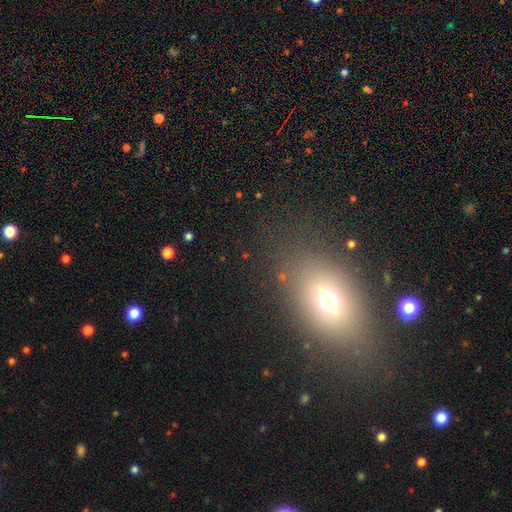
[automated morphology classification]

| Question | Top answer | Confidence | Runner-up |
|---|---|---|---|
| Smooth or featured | smooth | 61% | star or artifact (24%) |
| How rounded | in between | 74% | round (21%) |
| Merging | none | 82% | minor disturbance (11%) |